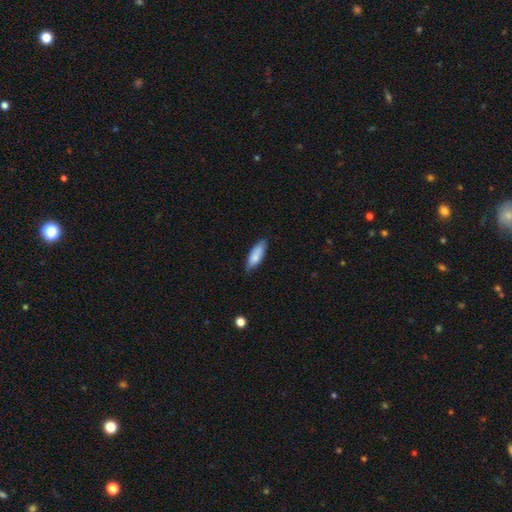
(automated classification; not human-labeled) Smooth or featured?
  - smooth: 83% *
  - featured or disk: 11%
  - star or artifact: 6%
How rounded?
  - in between: 66% *
  - cigar-shaped: 32%
  - round: 2%
Merging?
  - none: 74% *
  - minor disturbance: 22%
  - major disturbance: 3%
  - merger: 1%